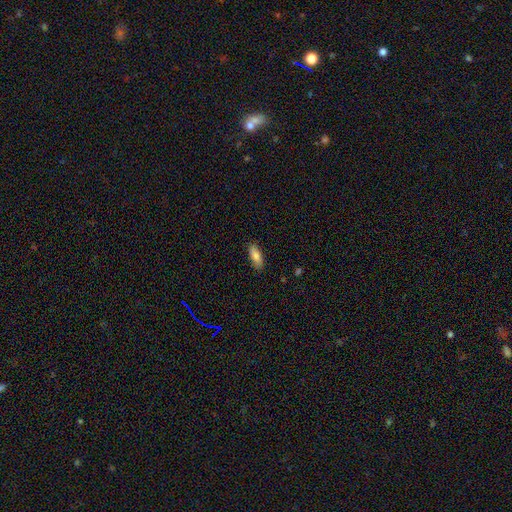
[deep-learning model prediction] smooth 80%, featured or disk 14%, star or artifact 7%. Down the decision tree: how rounded — in between (73%); merging — none (86%).